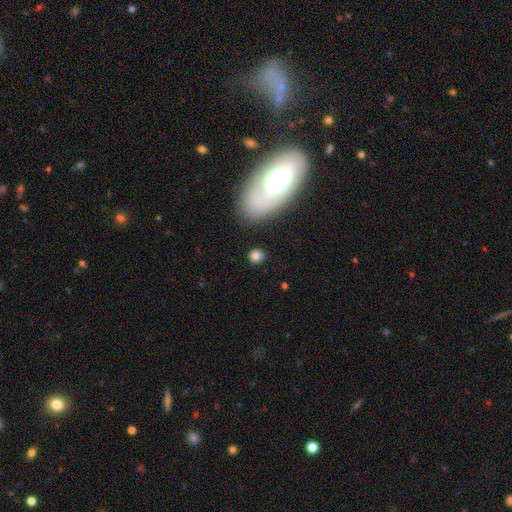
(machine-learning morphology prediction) Q: Smooth or featured?
A: smooth (80%); runner-up: star or artifact (12%)
Q: How rounded?
A: round (81%); runner-up: in between (18%)
Q: Merging?
A: none (86%); runner-up: minor disturbance (9%)